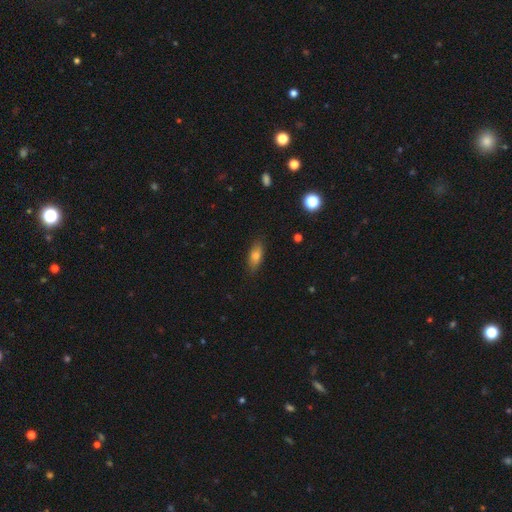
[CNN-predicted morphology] Smooth or featured: smooth — 74% (featured or disk — 17%)
How rounded: in between — 76% (cigar-shaped — 20%)
Merging: none — 83% (minor disturbance — 13%)